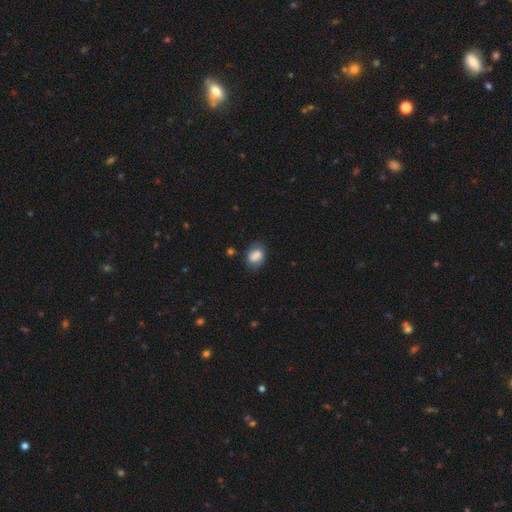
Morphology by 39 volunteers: This appears to be a smooth galaxy with no disk features (72%) that is in between round and cigar-shaped (71%). Merging: none (81%).